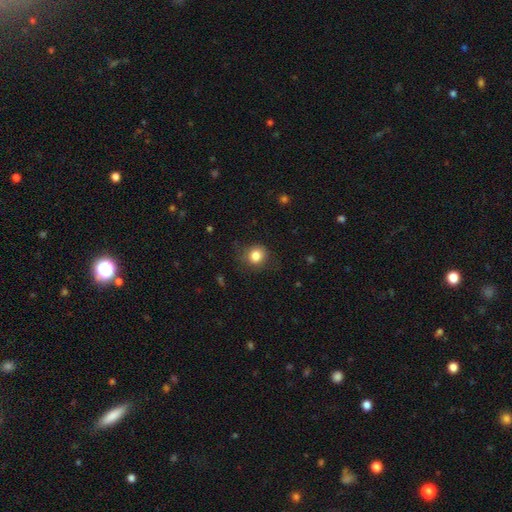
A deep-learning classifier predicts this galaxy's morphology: type=smooth (83%); roundness=round (80%); merging=none (78%).